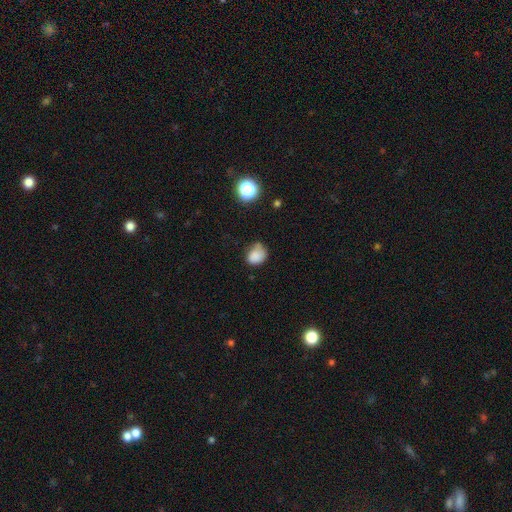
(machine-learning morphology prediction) type=smooth (80%); roundness=round (55%); merging=none (48%).